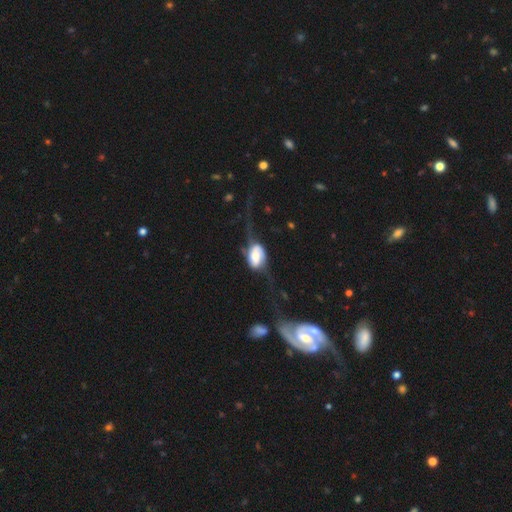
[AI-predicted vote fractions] Smooth or featured? featured or disk (62%)
Edge-on disk? no (91%)
Bar? no (45%)
Spiral arms? yes (75%)
Bulge size? large (33%)
Merging? major disturbance (47%)